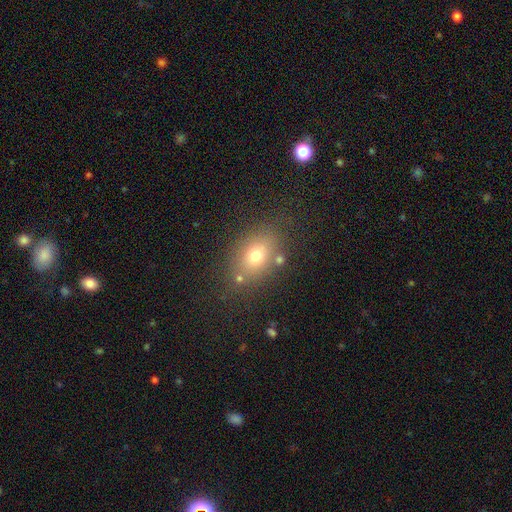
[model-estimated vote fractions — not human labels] A smooth galaxy with no disk features (69%) that is in between round and cigar-shaped (66%).

Vote fractions:
- Smooth or featured? smooth: 69% / featured or disk: 16% / star or artifact: 15%
- How rounded? in between: 66% / round: 32% / cigar-shaped: 2%
- Merging? none: 74% / minor disturbance: 14% / merger: 7% / major disturbance: 6%